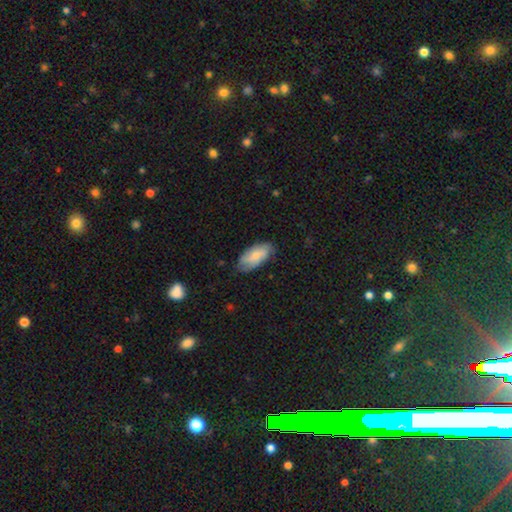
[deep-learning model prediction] The model was most divided on "smooth or featured": smooth: 61%, featured or disk: 33%, star or artifact: 6%. More confident: how rounded — in between (90%); merging — none (73%).